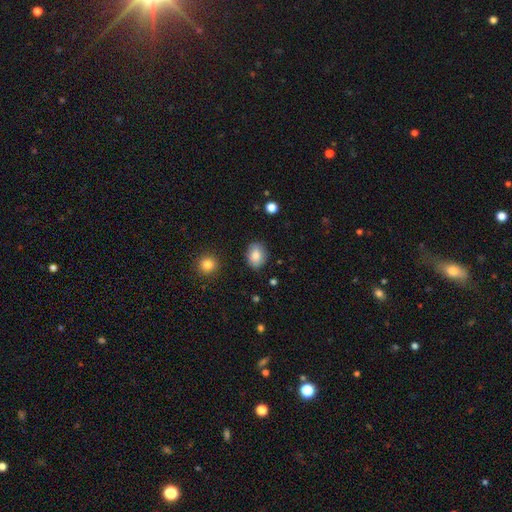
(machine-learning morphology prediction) Smooth or featured? Predicted: smooth (p=0.85). How rounded? Predicted: in between (p=0.69). Merging? Predicted: none (p=0.85).